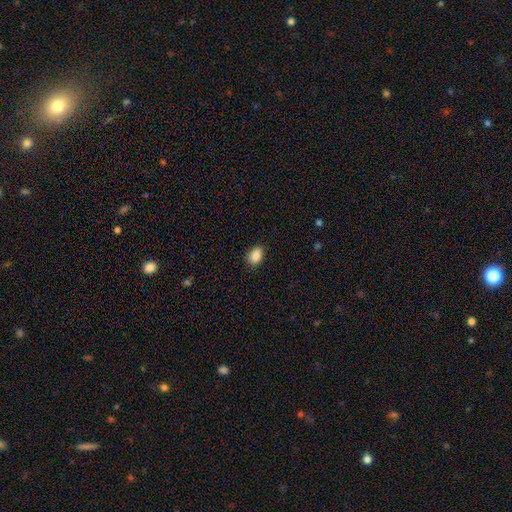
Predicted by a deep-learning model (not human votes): smooth-or-featured: smooth: 88% | star or artifact: 8% | featured or disk: 4%
  how-rounded: in between: 79% | round: 19% | cigar-shaped: 1%
  merging: none: 81% | minor disturbance: 15% | major disturbance: 3% | merger: 1%